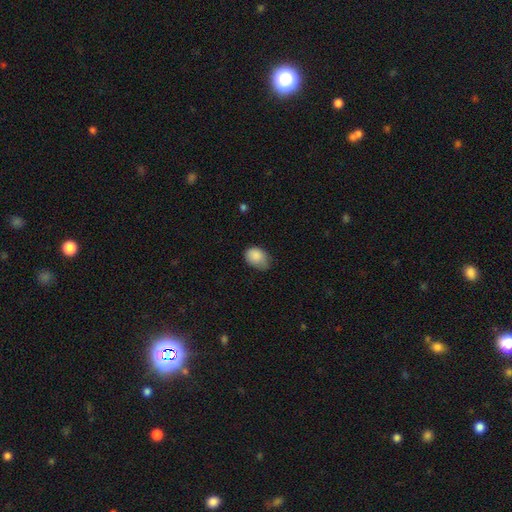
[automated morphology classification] Overall: smooth (87%). How rounded: in between (74%). Merging: none (51%; minor disturbance 40%).